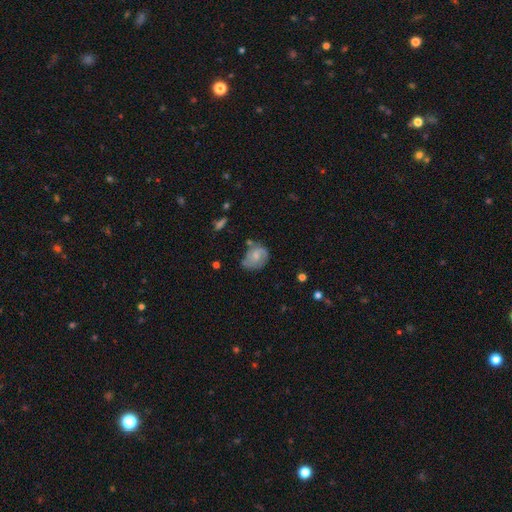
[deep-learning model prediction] This appears to be a featured or disk galaxy (46%). Merging: none (50%).